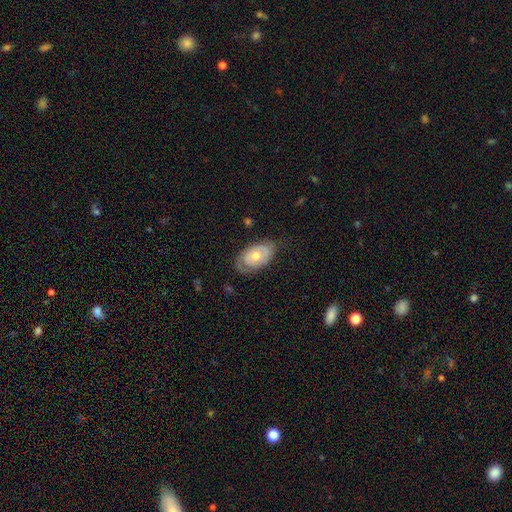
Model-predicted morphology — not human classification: This appears to be a featured or disk galaxy (58%) with no bar (83%), spiral arms (60%) and a moderate central bulge (68%). Merging: none (63%).